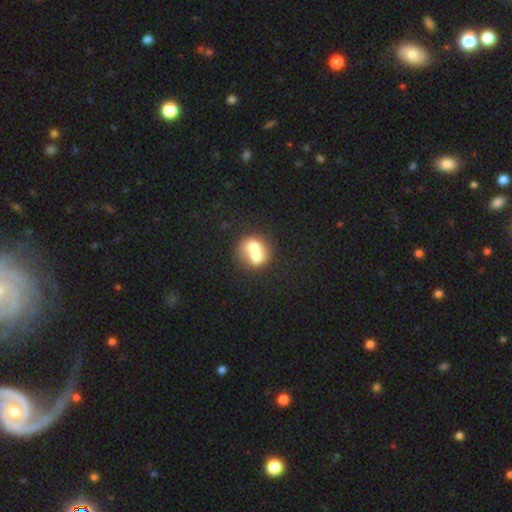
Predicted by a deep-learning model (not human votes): smooth_or_featured: smooth (p=0.64) [alt: featured or disk p=0.27]
how_rounded: round (p=0.68) [alt: in between p=0.31]
merging: merger (p=0.74) [alt: none p=0.18]